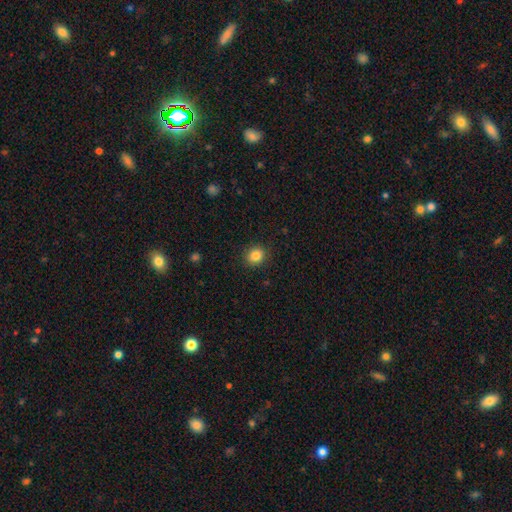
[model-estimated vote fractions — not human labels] This is clearly a smooth galaxy (85%). How rounded: clearly round (80%). Merging: clearly none (90%).